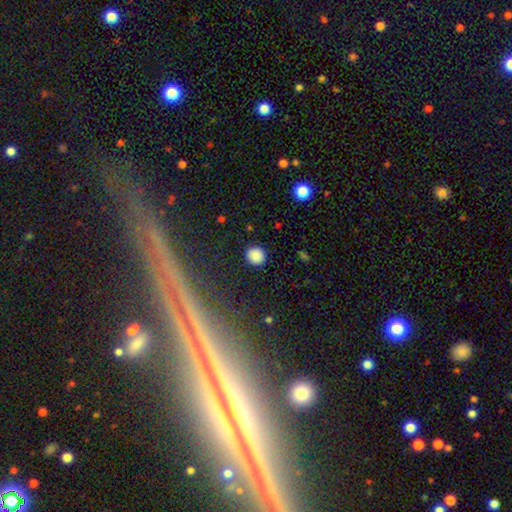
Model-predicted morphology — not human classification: This is clearly a smooth galaxy (86%). How rounded: clearly round (88%). Merging: clearly none (89%).